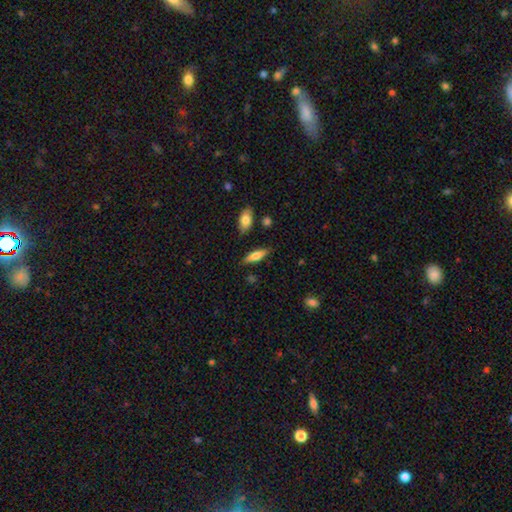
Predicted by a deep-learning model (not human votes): This is likely a smooth galaxy (66%). How rounded: possibly in between (54%). Merging: clearly none (81%).